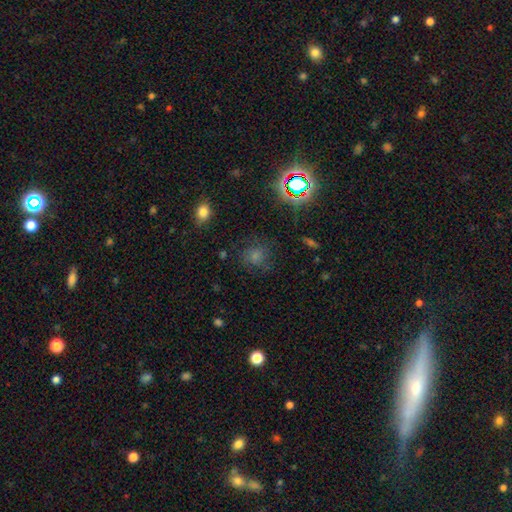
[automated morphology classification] Smooth or featured? Predicted: smooth (p=0.64). How rounded? Predicted: round (p=0.76). Merging? Predicted: none (p=0.71).